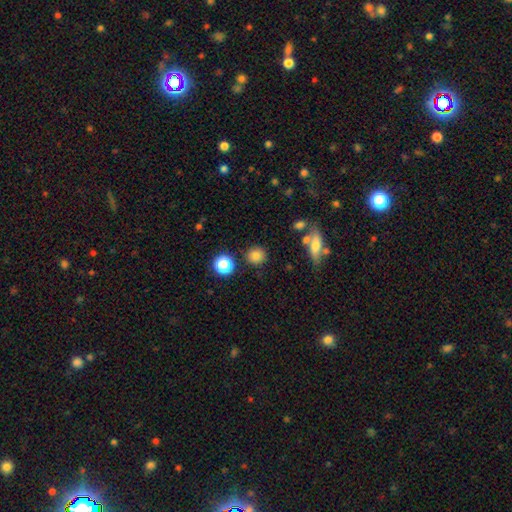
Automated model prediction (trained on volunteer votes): A smooth galaxy with no disk features (81%) that is round (90%).

Vote fractions:
- Smooth or featured? smooth: 81% / star or artifact: 12% / featured or disk: 6%
- How rounded? round: 90% / in between: 9% / cigar-shaped: 1%
- Merging? none: 84% / minor disturbance: 8% / merger: 5% / major disturbance: 3%